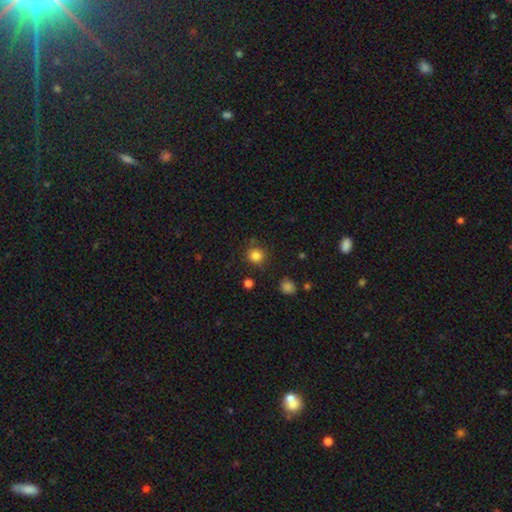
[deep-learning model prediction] Smooth or featured? smooth (82%)
How rounded? round (92%)
Merging? none (83%)